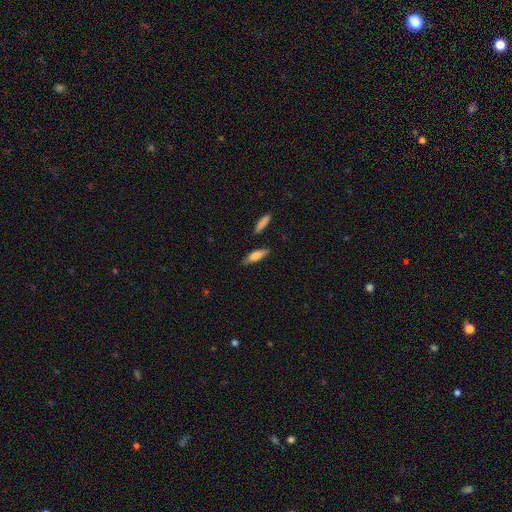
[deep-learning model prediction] Smooth or featured?
  - smooth: 68% *
  - featured or disk: 26%
  - star or artifact: 6%
How rounded?
  - cigar-shaped: 54% *
  - in between: 43%
  - round: 3%
Merging?
  - none: 81% *
  - minor disturbance: 13%
  - merger: 3%
  - major disturbance: 3%